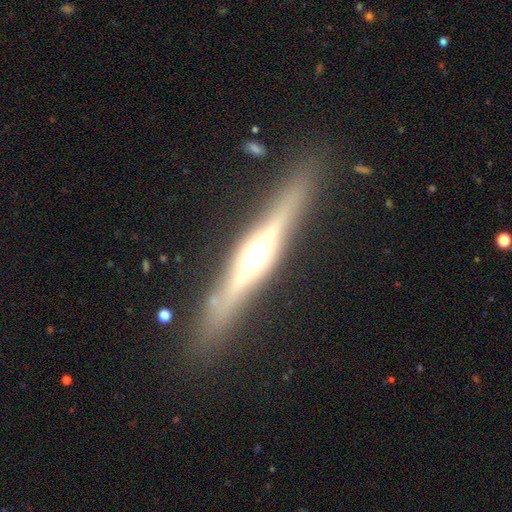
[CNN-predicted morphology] Q: Smooth or featured?
A: featured or disk (78%); runner-up: smooth (15%)
Q: Edge-on disk?
A: yes (96%); runner-up: no (4%)
Q: Edge-on bulge?
A: rounded (86%); runner-up: boxy (10%)
Q: Merging?
A: none (87%); runner-up: minor disturbance (9%)